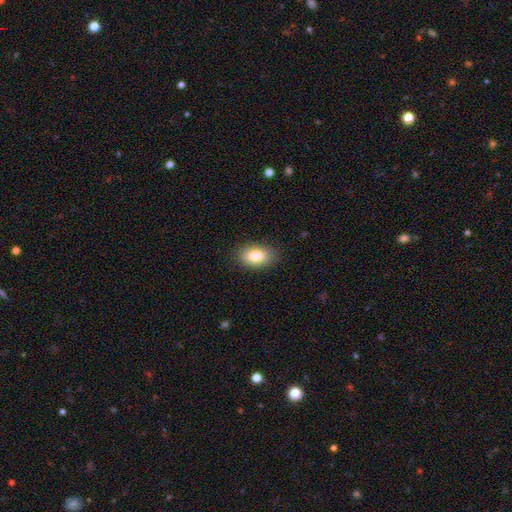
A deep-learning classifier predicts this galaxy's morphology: Smooth or featured? Predicted: smooth (p=0.82). How rounded? Predicted: in between (p=0.89). Merging? Predicted: none (p=0.86).